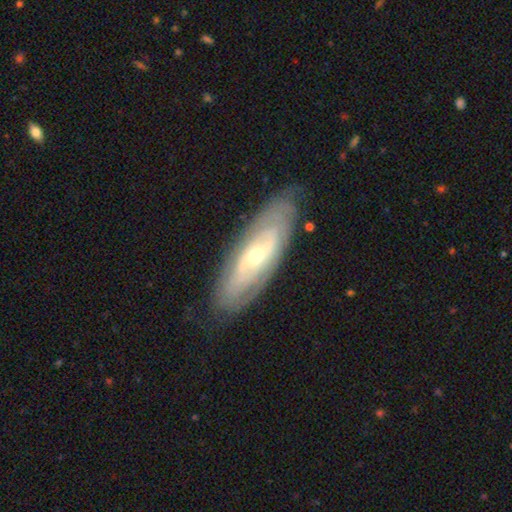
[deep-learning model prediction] Smooth or featured? featured or disk (77%)
Edge-on disk? no (81%)
Bar? no (52%)
Spiral arms? yes (76%)
Bulge size? small (52%)
Merging? none (82%)